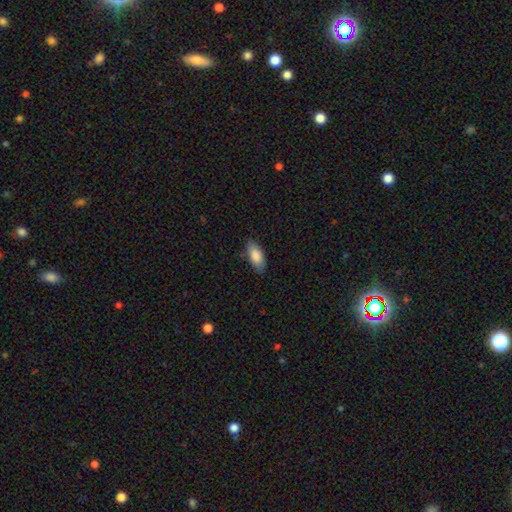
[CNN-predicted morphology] A smooth galaxy with no disk features (86%) that is in between round and cigar-shaped (84%).

Vote fractions:
- Smooth or featured? smooth: 86% / featured or disk: 8% / star or artifact: 6%
- How rounded? in between: 84% / cigar-shaped: 14% / round: 2%
- Merging? none: 83% / minor disturbance: 13% / major disturbance: 3% / merger: 1%